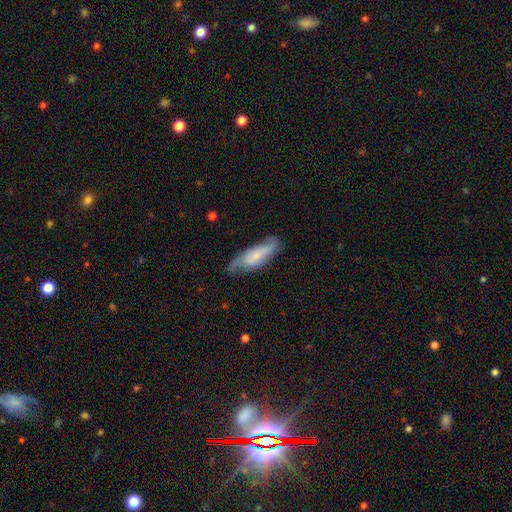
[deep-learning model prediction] A smooth galaxy with no disk features (49%). Merging: none (62%).